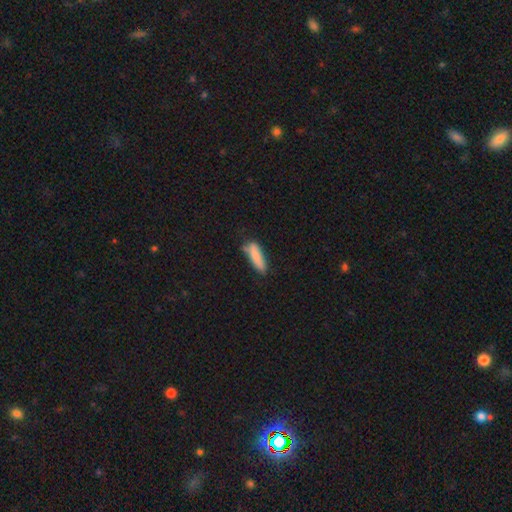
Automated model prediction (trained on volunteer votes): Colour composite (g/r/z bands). It shows a smooth galaxy with no disk features (83%) that is cigar-shaped (61%). Merging: none (60%).